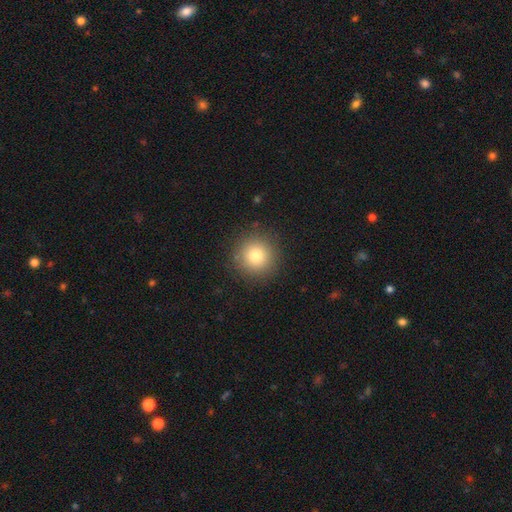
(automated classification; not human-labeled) Smooth or featured: smooth — 79% (star or artifact — 12%)
How rounded: round — 95% (in between — 4%)
Merging: none — 90% (minor disturbance — 6%)